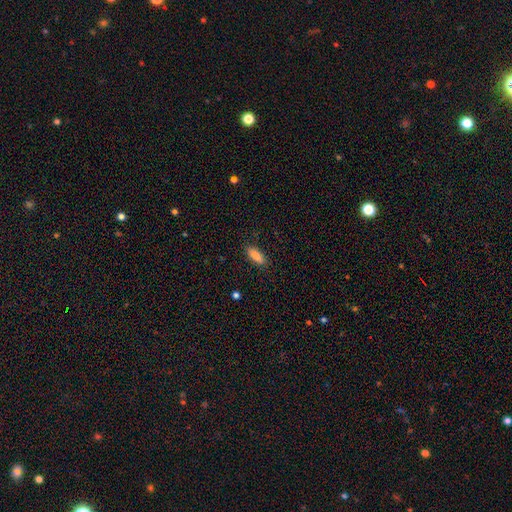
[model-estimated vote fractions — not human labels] smooth 85%, featured or disk 8%, star or artifact 7%. Down the decision tree: how rounded — in between (67%); merging — none (88%).